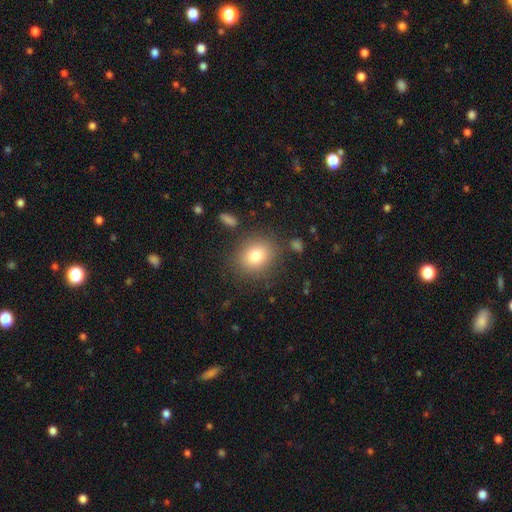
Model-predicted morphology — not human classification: This is likely a smooth galaxy (78%). How rounded: likely round (64%). Merging: clearly none (83%).